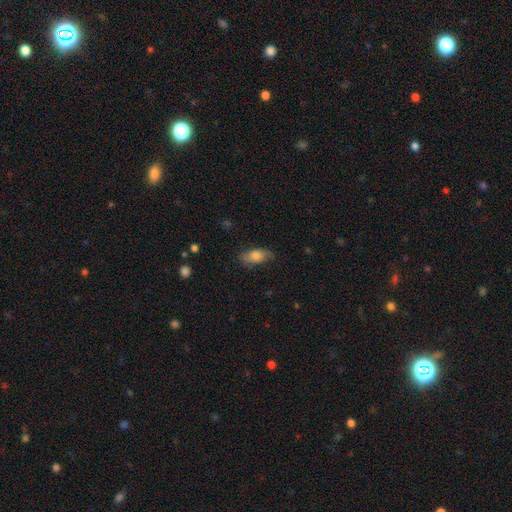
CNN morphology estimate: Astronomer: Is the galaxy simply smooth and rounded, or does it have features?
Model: smooth — 67%.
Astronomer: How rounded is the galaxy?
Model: in between — 84%.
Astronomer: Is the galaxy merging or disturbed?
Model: none — 70%.